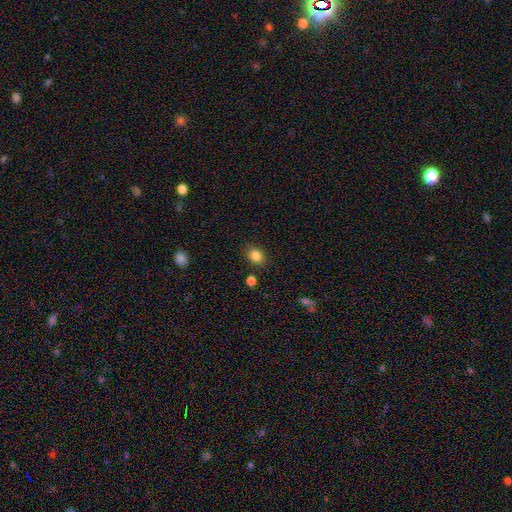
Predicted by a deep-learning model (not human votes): This appears to be a smooth galaxy with no disk features (84%) that is in between round and cigar-shaped (51%). Merging: none (84%).